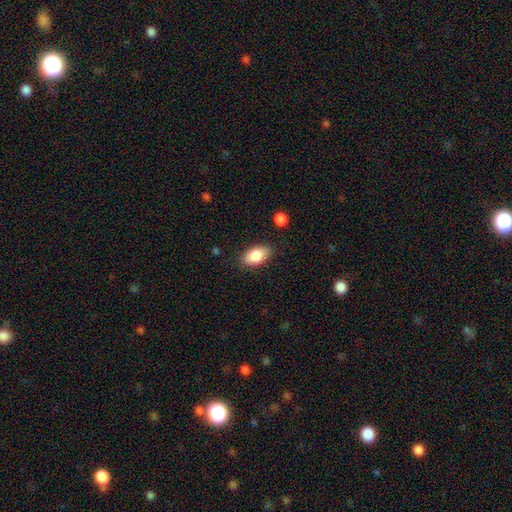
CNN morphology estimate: Smooth or featured? Predicted: smooth (p=0.85). How rounded? Predicted: in between (p=0.92). Merging? Predicted: none (p=0.84).